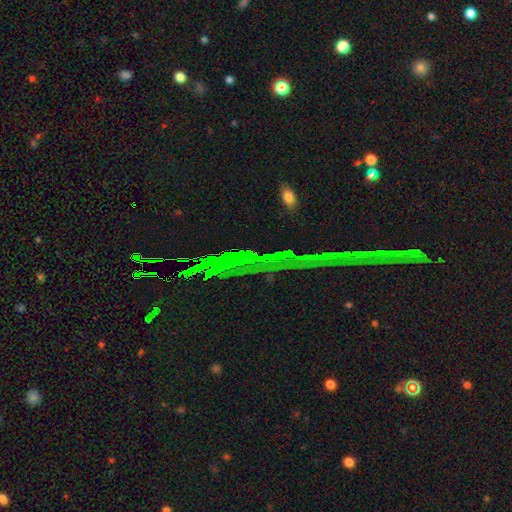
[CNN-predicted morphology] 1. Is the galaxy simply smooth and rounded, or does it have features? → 81% star or artifact, 10% featured or disk, 9% smooth.